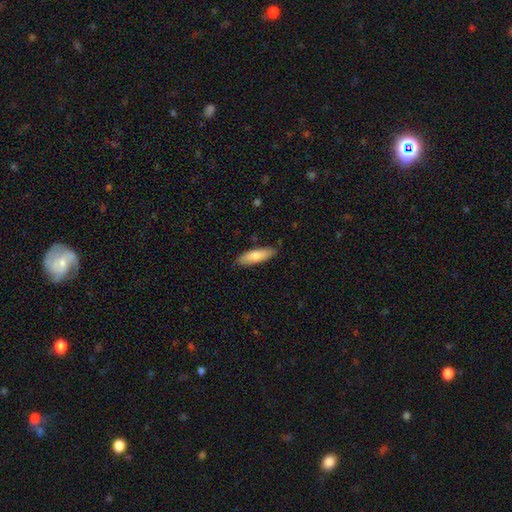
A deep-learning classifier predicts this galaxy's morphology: Smooth or featured: smooth — 77% (featured or disk — 17%)
How rounded: cigar-shaped — 55% (in between — 43%)
Merging: none — 86% (minor disturbance — 11%)